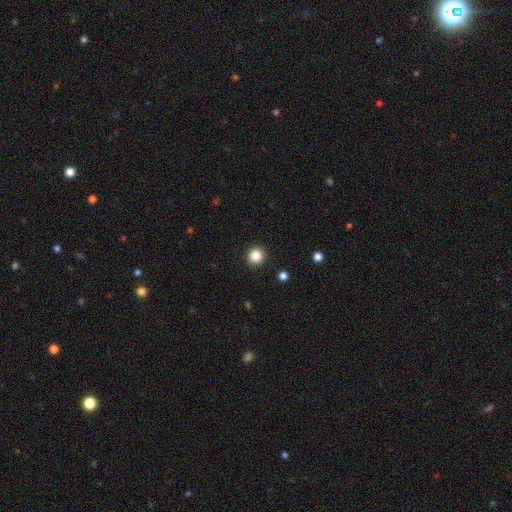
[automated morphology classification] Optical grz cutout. It shows a smooth galaxy with no disk features (85%) that is round (92%). Merging: none (93%).